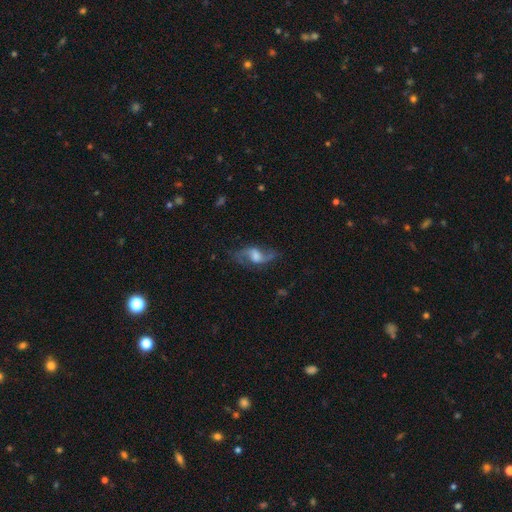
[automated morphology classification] smooth_or_featured: featured or disk (p=0.71) [alt: smooth p=0.21]
disk_edge_on: no (p=0.93) [alt: yes p=0.07]
bar: weak (p=0.48) [alt: no p=0.35]
has_spiral_arms: yes (p=0.89) [alt: no p=0.11]
spiral_winding: loose (p=0.71) [alt: medium p=0.24]
spiral_arm_count: 2 (p=0.89) [alt: can't tell p=0.04]
bulge_size: moderate (p=0.31) [alt: large p=0.27]
merging: none (p=0.67) [alt: minor disturbance p=0.18]